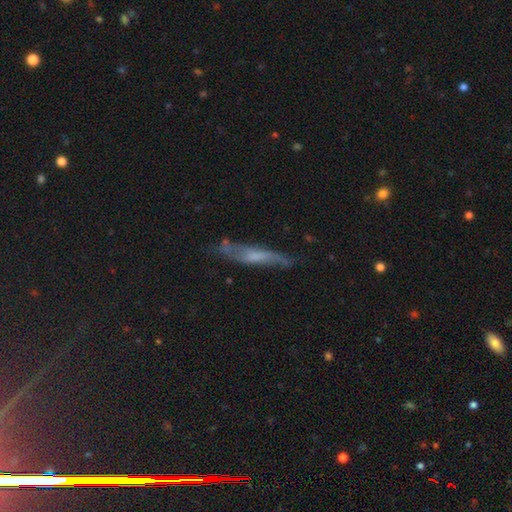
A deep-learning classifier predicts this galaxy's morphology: smooth_or_featured: featured or disk (p=0.54) [alt: smooth p=0.38]
disk_edge_on: yes (p=0.58) [alt: no p=0.42]
merging: none (p=0.57) [alt: minor disturbance p=0.26]